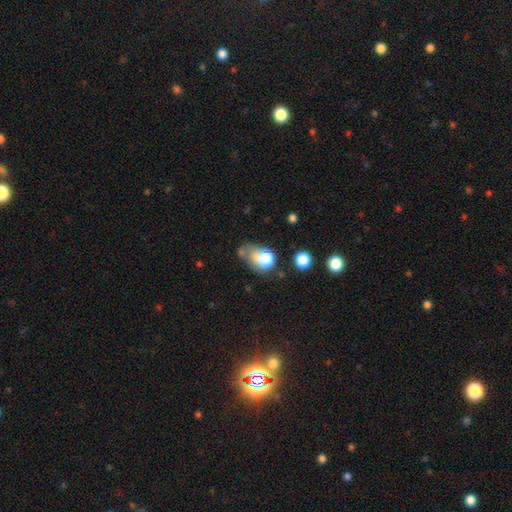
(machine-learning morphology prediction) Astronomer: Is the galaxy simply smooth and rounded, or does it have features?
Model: smooth — 66%.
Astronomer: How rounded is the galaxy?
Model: in between — 60% (runner-up: round, 39%).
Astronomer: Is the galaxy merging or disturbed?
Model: major disturbance — 30% (runner-up: none, 26%).